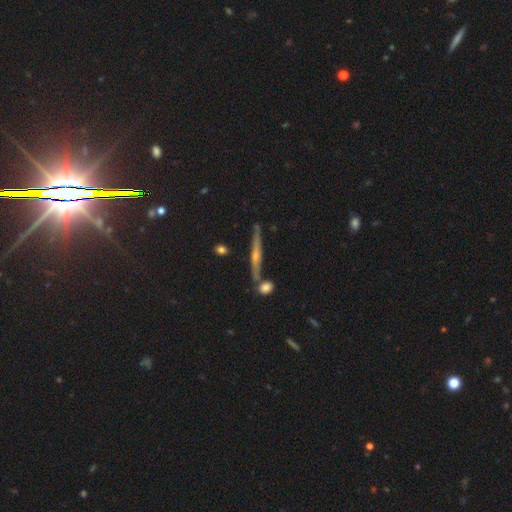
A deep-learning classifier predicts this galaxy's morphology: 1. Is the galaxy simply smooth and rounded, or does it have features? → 57% featured or disk, 24% star or artifact, 19% smooth.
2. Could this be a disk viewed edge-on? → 87% yes, 13% no.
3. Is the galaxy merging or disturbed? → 66% none, 14% merger, 13% minor disturbance, 7% major disturbance.